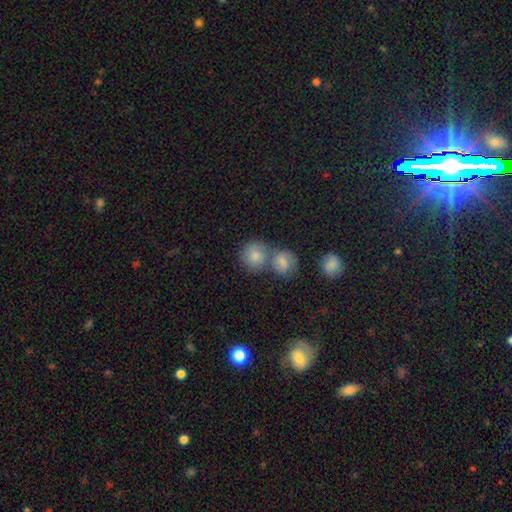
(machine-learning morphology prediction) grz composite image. It shows a smooth galaxy with no disk features (72%) that is round (83%). Merging: merger (44%).